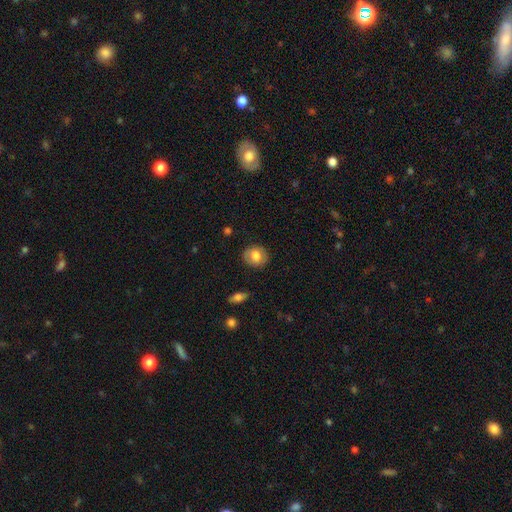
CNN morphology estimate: Smooth or featured?
  - smooth: 75% *
  - featured or disk: 17%
  - star or artifact: 8%
How rounded?
  - round: 64% *
  - in between: 35%
  - cigar-shaped: 1%
Merging?
  - none: 86% *
  - minor disturbance: 10%
  - major disturbance: 3%
  - merger: 1%